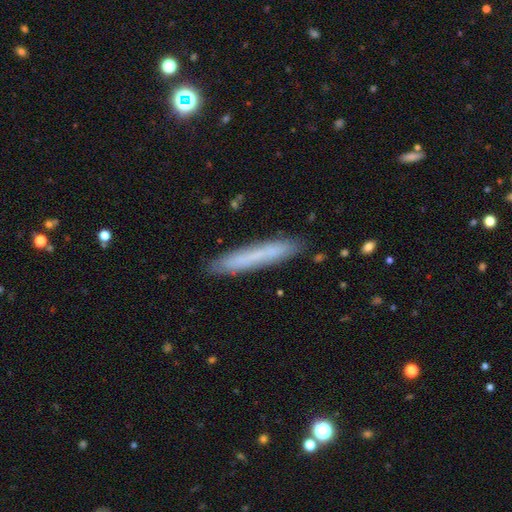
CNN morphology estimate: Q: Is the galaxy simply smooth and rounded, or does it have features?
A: smooth — 66%.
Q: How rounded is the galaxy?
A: cigar-shaped — 95%.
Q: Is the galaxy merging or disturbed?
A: none — 87%.